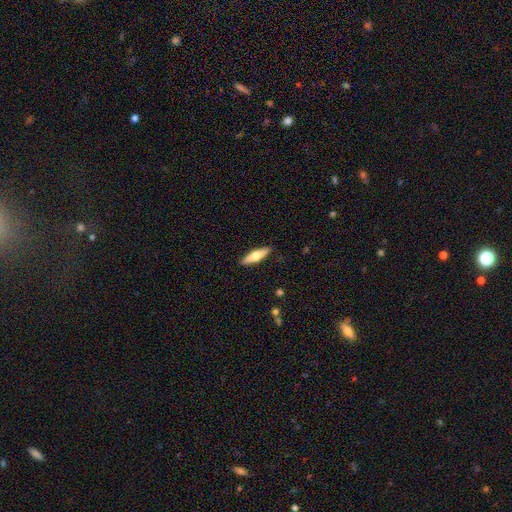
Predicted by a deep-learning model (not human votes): Q: Smooth or featured?
A: smooth (60%); runner-up: featured or disk (34%)
Q: How rounded?
A: cigar-shaped (62%); runner-up: in between (36%)
Q: Merging?
A: none (89%); runner-up: minor disturbance (8%)